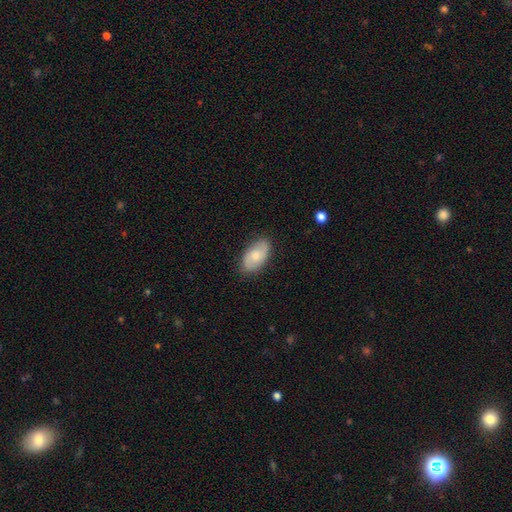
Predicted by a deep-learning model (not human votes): A smooth galaxy with no disk features (57%) that is in between round and cigar-shaped (93%). Merging: none (82%).